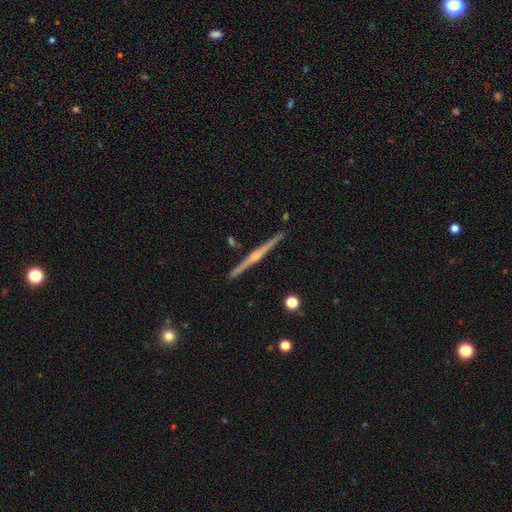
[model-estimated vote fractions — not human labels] Smooth or featured? Predicted: featured or disk (p=0.83). Edge-on disk? Predicted: yes (p=0.99). Edge-on bulge? Predicted: rounded (p=0.83). Merging? Predicted: none (p=0.92).